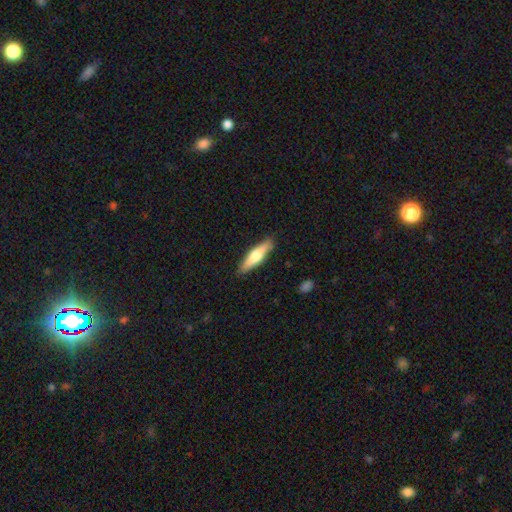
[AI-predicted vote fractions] A smooth galaxy with no disk features (55%) that is cigar-shaped (74%).

Vote fractions:
- Smooth or featured? smooth: 55% / featured or disk: 39% / star or artifact: 5%
- How rounded? cigar-shaped: 74% / in between: 25% / round: 2%
- Merging? none: 88% / minor disturbance: 9% / major disturbance: 2% / merger: 1%